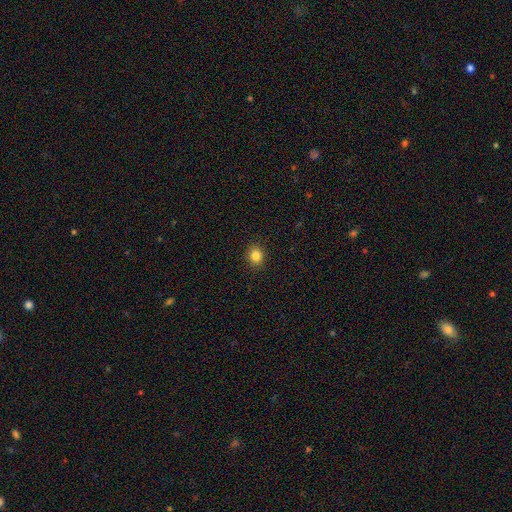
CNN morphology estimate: type=smooth (84%); roundness=round (73%); merging=none (91%).